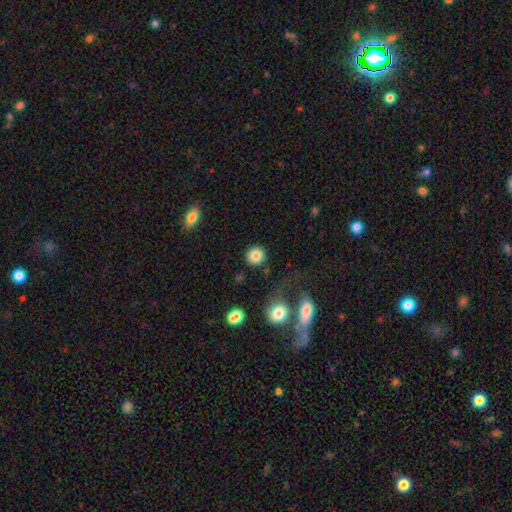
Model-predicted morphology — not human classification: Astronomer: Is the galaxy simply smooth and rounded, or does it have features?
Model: smooth — 85%.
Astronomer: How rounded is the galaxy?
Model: round — 92%.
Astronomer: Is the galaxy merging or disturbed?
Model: none — 87%.